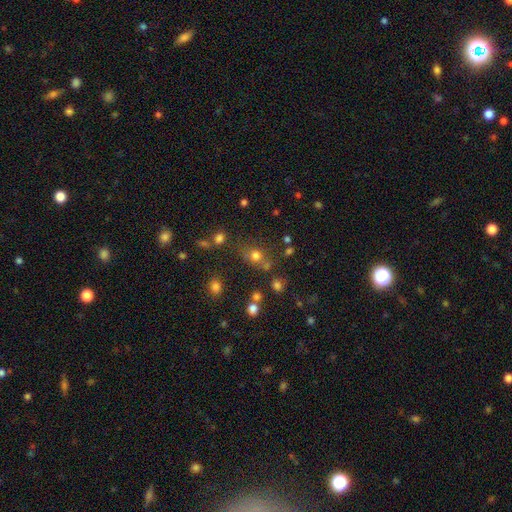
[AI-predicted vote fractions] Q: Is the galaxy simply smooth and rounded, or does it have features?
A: smooth — 70%.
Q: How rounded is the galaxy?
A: round — 74%.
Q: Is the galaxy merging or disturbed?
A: none — 59%.